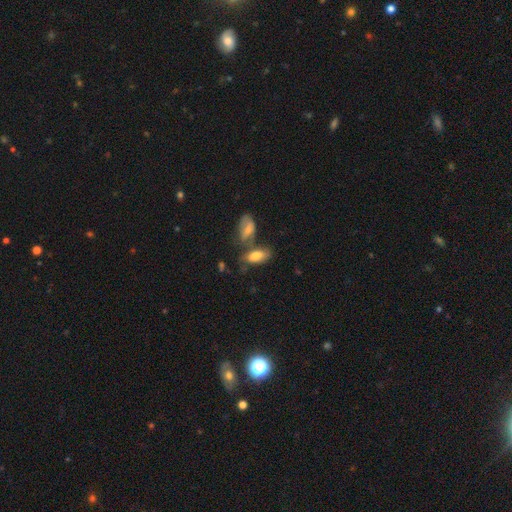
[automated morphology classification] Smooth or featured? smooth (77%)
How rounded? in between (87%)
Merging? none (45%)